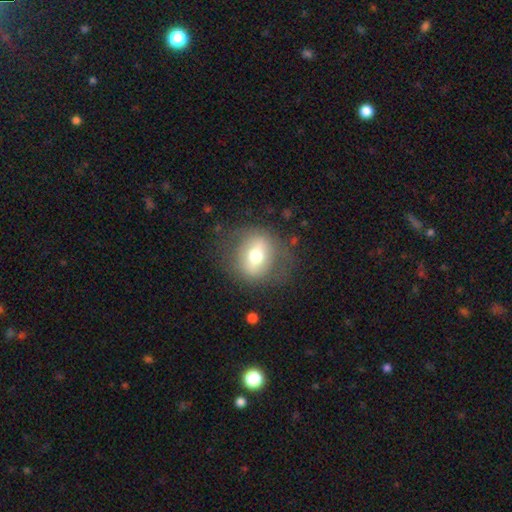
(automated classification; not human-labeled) smooth-or-featured: smooth: 49% | featured or disk: 42% | star or artifact: 8%
  merging: none: 75% | minor disturbance: 14% | major disturbance: 9% | merger: 1%